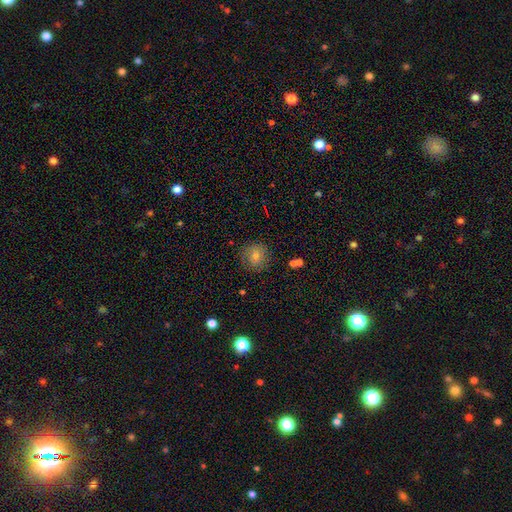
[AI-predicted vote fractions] smooth-or-featured: smooth: 59% | featured or disk: 23% | star or artifact: 18%
  how-rounded: round: 90% | in between: 9% | cigar-shaped: 1%
  merging: none: 85% | minor disturbance: 11% | major disturbance: 3% | merger: 2%